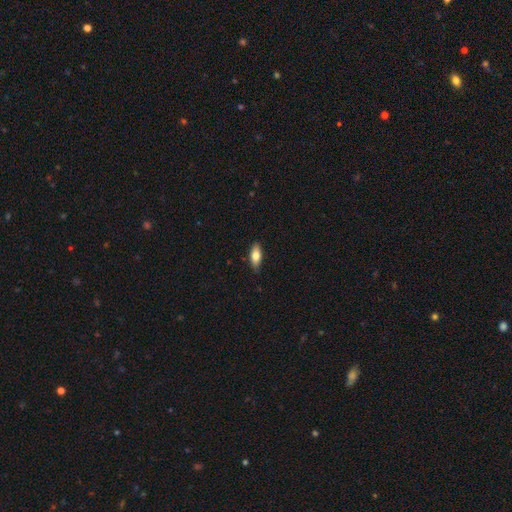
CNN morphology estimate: Q: Smooth or featured?
A: smooth (74%); runner-up: featured or disk (20%)
Q: How rounded?
A: in between (76%); runner-up: cigar-shaped (21%)
Q: Merging?
A: none (85%); runner-up: minor disturbance (12%)